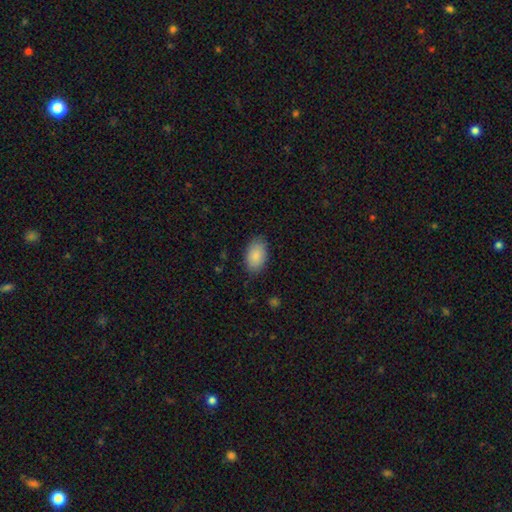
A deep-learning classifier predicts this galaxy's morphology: Smooth or featured: smooth — 87% (featured or disk — 7%)
How rounded: in between — 92% (round — 7%)
Merging: none — 82% (minor disturbance — 14%)